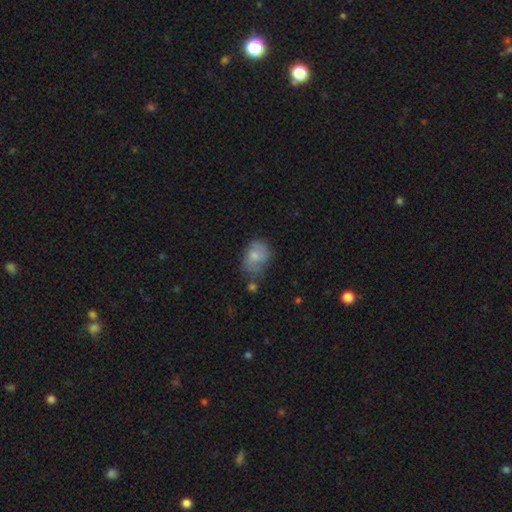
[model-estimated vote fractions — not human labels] Smooth or featured?
  - smooth: 70% *
  - featured or disk: 21%
  - star or artifact: 9%
How rounded?
  - in between: 74% *
  - round: 25%
  - cigar-shaped: 1%
Merging?
  - none: 47% *
  - minor disturbance: 30%
  - major disturbance: 13%
  - merger: 10%